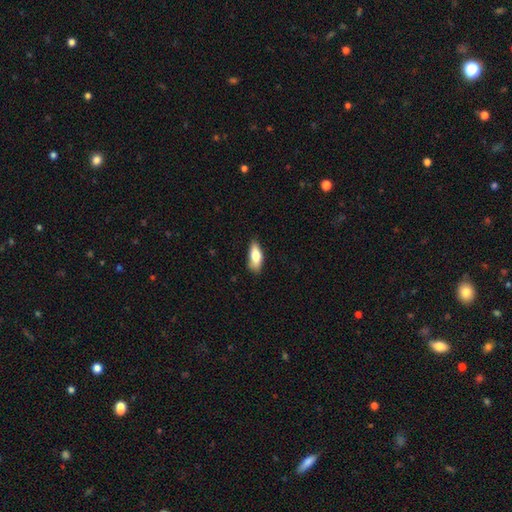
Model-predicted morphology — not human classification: This is likely a smooth galaxy (76%). How rounded: likely in between (77%). Merging: likely none (74%).